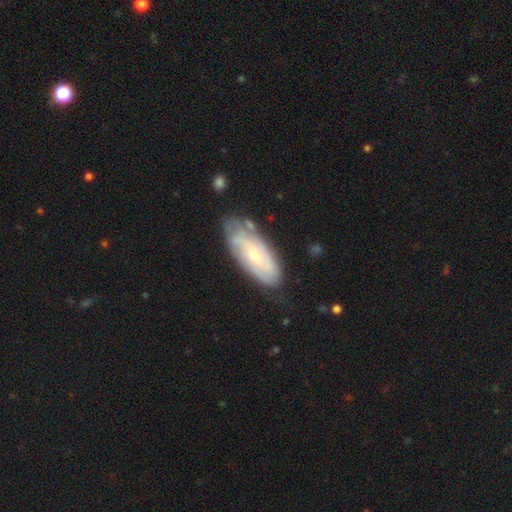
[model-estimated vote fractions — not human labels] A featured or disk galaxy (68%) with no bar (52%), tight (58%) spiral arms (88%) and a small central bulge (52%).

Vote fractions:
- Smooth or featured? featured or disk: 68% / smooth: 26% / star or artifact: 6%
- Edge-on disk? no: 90% / yes: 10%
- Bar? no: 52% / weak: 40% / strong: 8%
- Spiral arms? yes: 88% / no: 12%
- Spiral winding? tight: 58% / medium: 31% / loose: 10%
- Spiral arm count? can't tell: 45% / 2: 32% / 3: 11% / 4: 5% / 1: 3% / more than 4: 3%
- Bulge size? small: 52% / moderate: 40% / none: 4% / large: 3% / dominant: 1%
- Merging? none: 70% / minor disturbance: 22% / major disturbance: 5% / merger: 3%